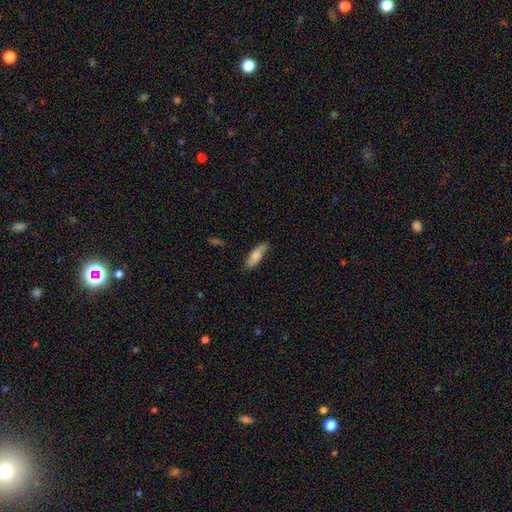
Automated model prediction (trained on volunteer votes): Overall: smooth (78%). How rounded: in between (61%; cigar-shaped 38%). Merging: none (76%).